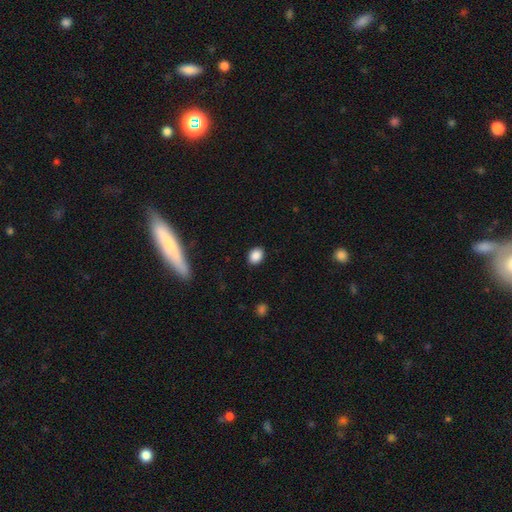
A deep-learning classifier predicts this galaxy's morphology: smooth_or_featured: smooth (p=0.87) [alt: star or artifact p=0.09]
how_rounded: in between (p=0.58) [alt: round p=0.40]
merging: none (p=0.88) [alt: minor disturbance p=0.08]